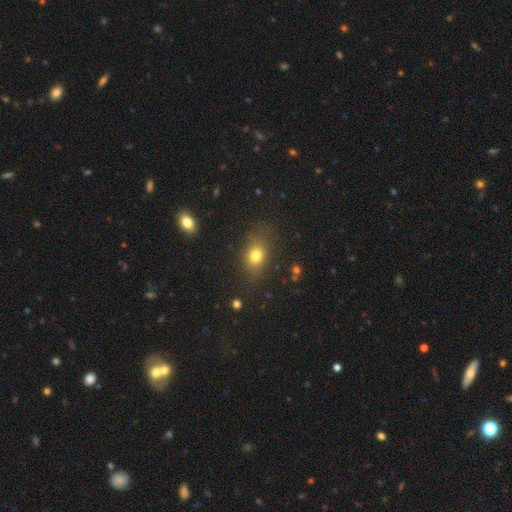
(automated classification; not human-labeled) A smooth galaxy with no disk features (75%) that is in between round and cigar-shaped (57%).

Vote fractions:
- Smooth or featured? smooth: 75% / star or artifact: 14% / featured or disk: 10%
- How rounded? in between: 57% / round: 40% / cigar-shaped: 3%
- Merging? none: 76% / minor disturbance: 15% / major disturbance: 7% / merger: 2%